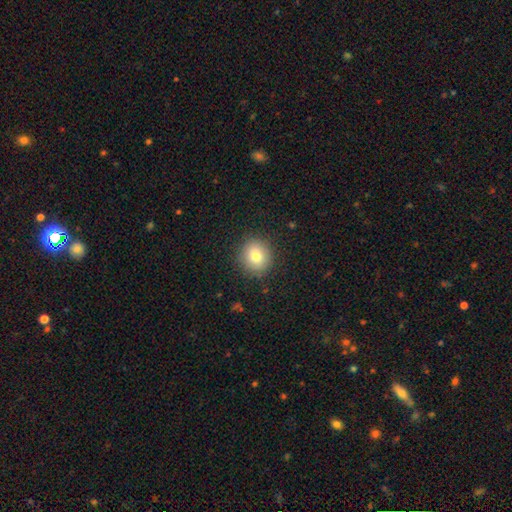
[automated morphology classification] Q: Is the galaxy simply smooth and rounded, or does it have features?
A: smooth — 78%.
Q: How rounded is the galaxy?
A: round — 83%.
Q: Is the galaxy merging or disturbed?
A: none — 88%.